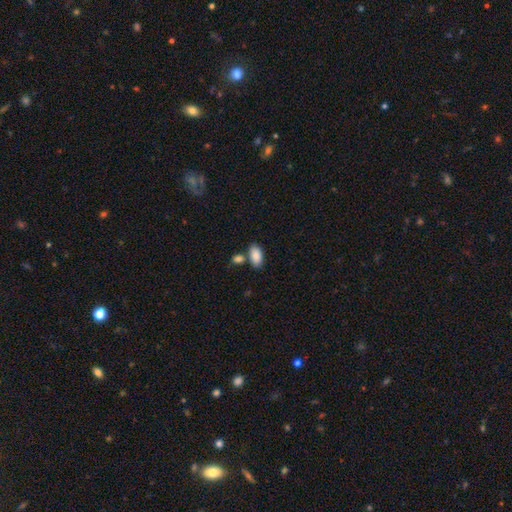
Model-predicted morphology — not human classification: A smooth galaxy with no disk features (88%) that is in between round and cigar-shaped (94%).

Vote fractions:
- Smooth or featured? smooth: 88% / star or artifact: 7% / featured or disk: 6%
- How rounded? in between: 94% / round: 3% / cigar-shaped: 3%
- Merging? none: 68% / merger: 18% / minor disturbance: 11% / major disturbance: 3%